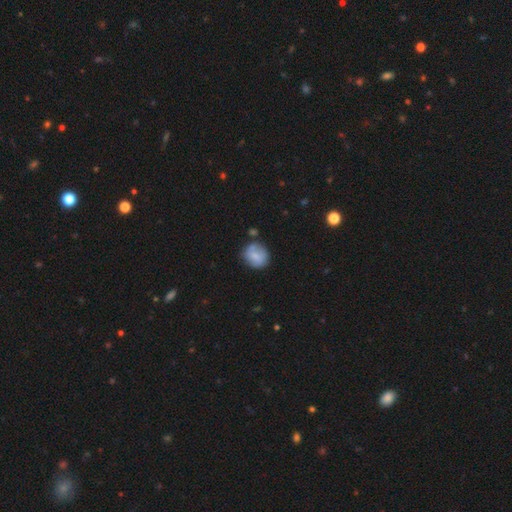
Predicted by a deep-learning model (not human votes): Morphology: type=smooth (67%); roundness=round (75%); merging=none (66%).